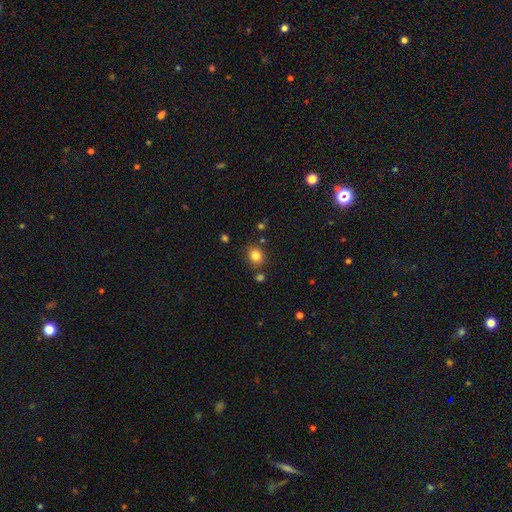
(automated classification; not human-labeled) Overall: smooth (82%). How rounded: round (76%). Merging: none (81%).